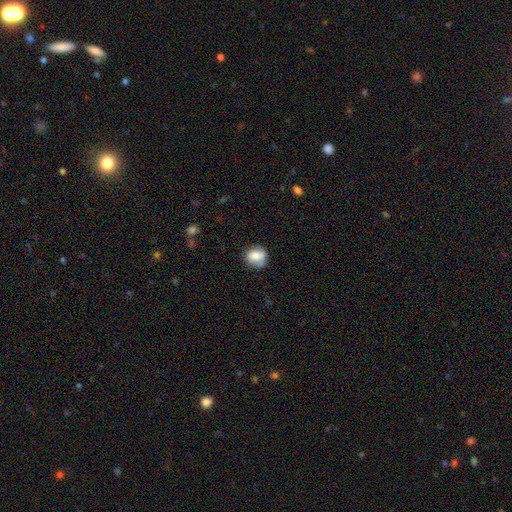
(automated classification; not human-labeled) smooth_or_featured: smooth (p=0.77) [alt: featured or disk p=0.15]
how_rounded: round (p=0.68) [alt: in between p=0.31]
merging: none (p=0.67) [alt: minor disturbance p=0.22]